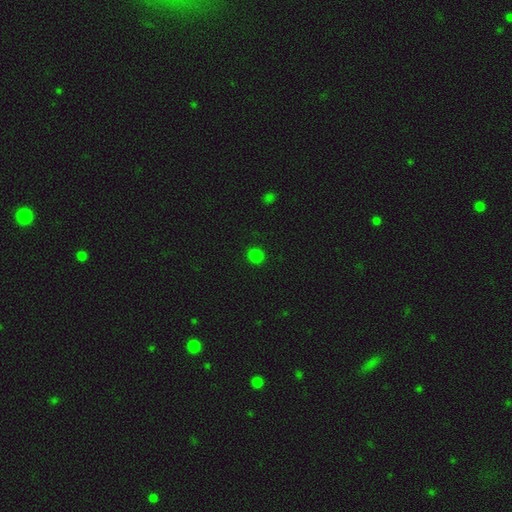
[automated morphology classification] Smooth or featured? smooth (82%)
How rounded? round (84%)
Merging? none (91%)